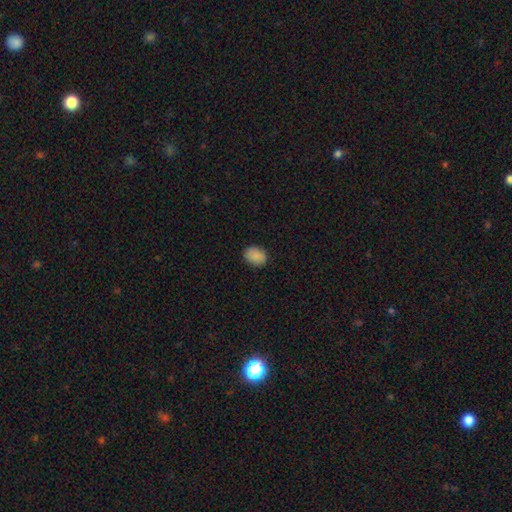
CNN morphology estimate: smooth-or-featured: smooth: 88% | star or artifact: 9% | featured or disk: 3%
  how-rounded: in between: 60% | round: 39% | cigar-shaped: 1%
  merging: none: 86% | minor disturbance: 10% | major disturbance: 2% | merger: 1%